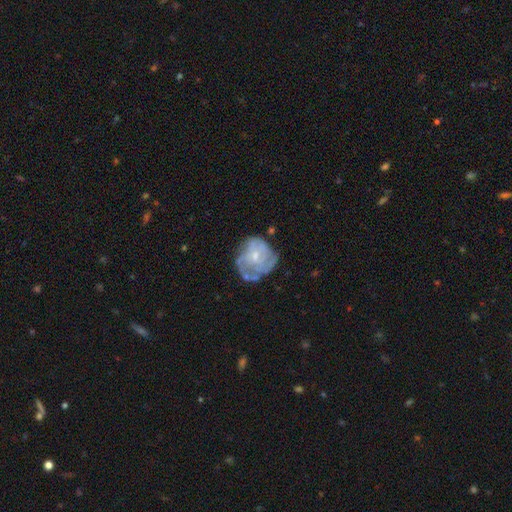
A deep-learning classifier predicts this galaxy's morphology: A featured or disk galaxy (70%) with no bar (75%), spiral arms (70%) and a small central bulge (58%).

Vote fractions:
- Smooth or featured? featured or disk: 70% / smooth: 23% / star or artifact: 7%
- Edge-on disk? no: 98% / yes: 2%
- Bar? no: 75% / weak: 22% / strong: 3%
- Spiral arms? yes: 70% / no: 30%
- Bulge size? small: 58% / moderate: 36% / none: 4% / large: 2% / dominant: 1%
- Merging? none: 50% / minor disturbance: 26% / major disturbance: 18% / merger: 6%